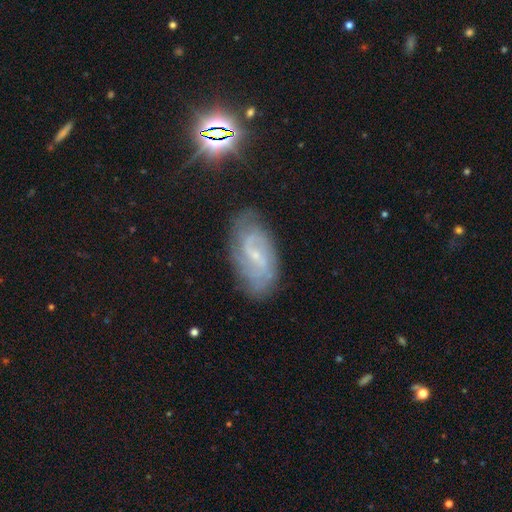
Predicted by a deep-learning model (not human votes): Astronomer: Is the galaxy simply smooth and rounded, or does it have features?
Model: featured or disk — 78%.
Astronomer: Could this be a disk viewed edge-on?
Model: no — 95%.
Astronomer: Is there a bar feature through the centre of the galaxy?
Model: weak — 55%.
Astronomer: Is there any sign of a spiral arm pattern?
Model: yes — 94%.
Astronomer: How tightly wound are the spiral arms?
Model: medium — 42% (runner-up: tight, 32%).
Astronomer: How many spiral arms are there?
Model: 2 — 56%.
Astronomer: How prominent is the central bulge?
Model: small — 77%.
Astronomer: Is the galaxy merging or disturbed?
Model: none — 75%.